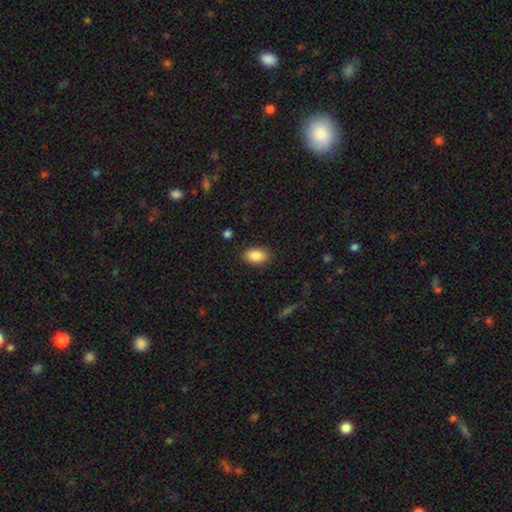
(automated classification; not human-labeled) smooth-or-featured: smooth: 88% | star or artifact: 7% | featured or disk: 5%
  how-rounded: in between: 91% | round: 7% | cigar-shaped: 2%
  merging: none: 86% | minor disturbance: 10% | major disturbance: 3% | merger: 1%